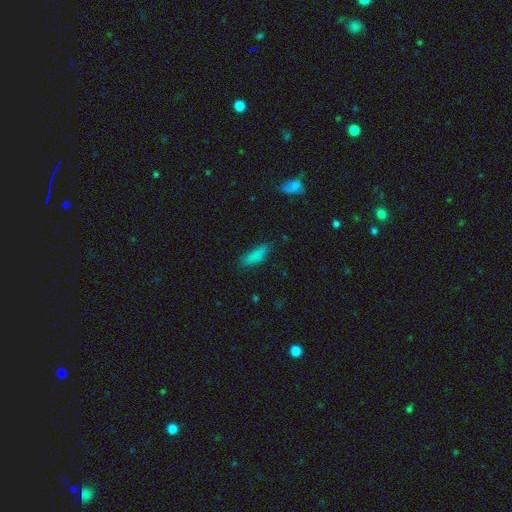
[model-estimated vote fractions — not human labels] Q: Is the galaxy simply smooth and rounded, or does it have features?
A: smooth — 81%.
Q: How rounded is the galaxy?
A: in between — 55%.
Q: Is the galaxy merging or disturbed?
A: none — 73%.